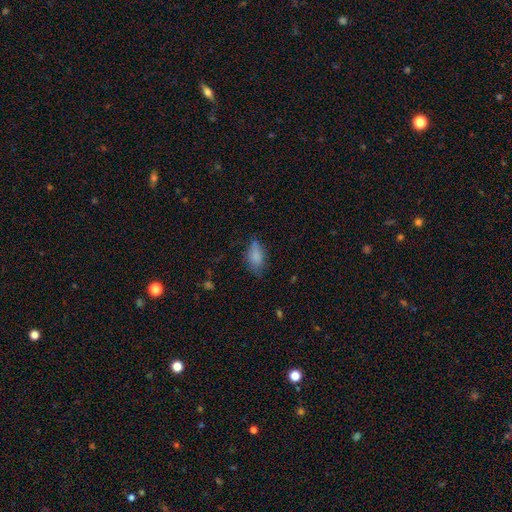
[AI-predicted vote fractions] This appears to be a smooth galaxy with no disk features (80%) that is in between round and cigar-shaped (87%). Merging: none (59%).